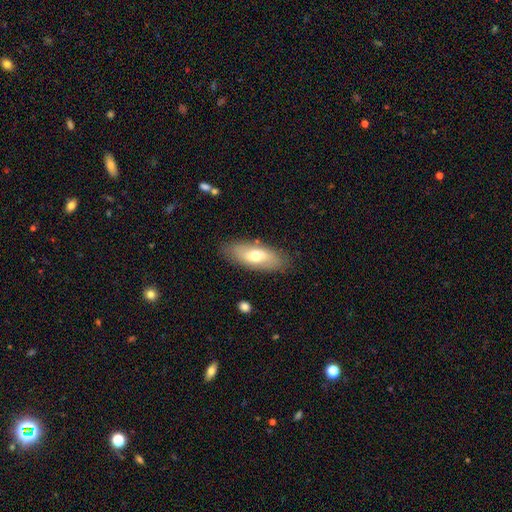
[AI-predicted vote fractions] Smooth or featured? Predicted: smooth (p=0.62). How rounded? Predicted: in between (p=0.82). Merging? Predicted: none (p=0.84).